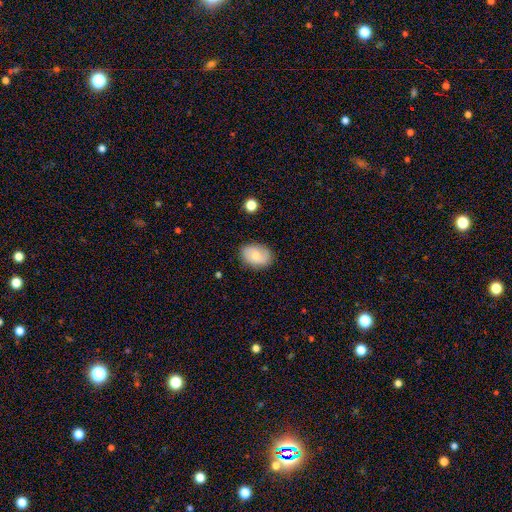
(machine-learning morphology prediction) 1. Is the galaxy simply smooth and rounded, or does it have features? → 60% smooth, 32% featured or disk, 8% star or artifact.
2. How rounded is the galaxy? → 78% in between, 21% round, 1% cigar-shaped.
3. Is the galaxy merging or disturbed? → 82% none, 13% minor disturbance, 3% major disturbance, 1% merger.